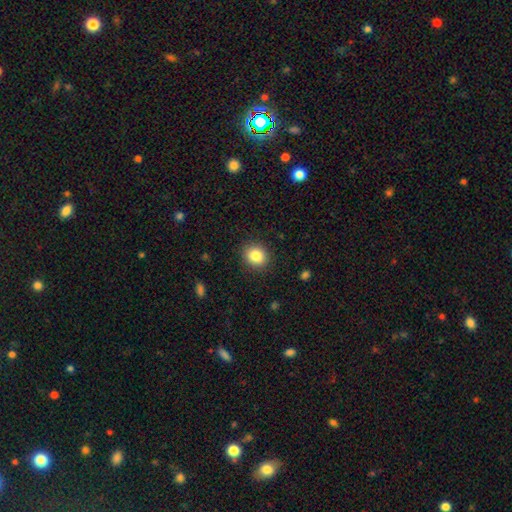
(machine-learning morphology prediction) Smooth or featured: smooth — 84% (star or artifact — 10%)
How rounded: round — 73% (in between — 26%)
Merging: none — 90% (minor disturbance — 7%)